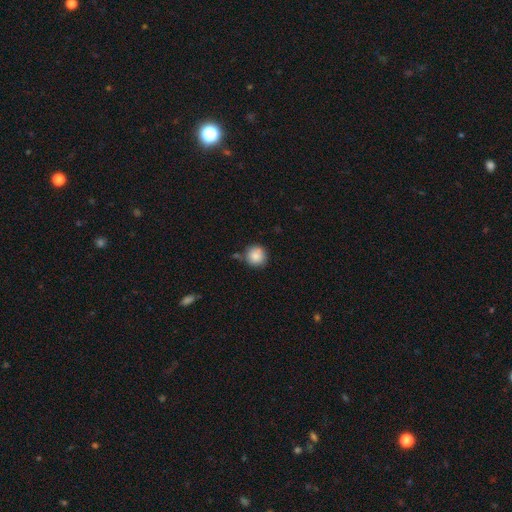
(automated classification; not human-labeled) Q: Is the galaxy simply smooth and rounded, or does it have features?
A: smooth — 87%.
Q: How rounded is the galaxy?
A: round — 94%.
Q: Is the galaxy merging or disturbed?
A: none — 76%.